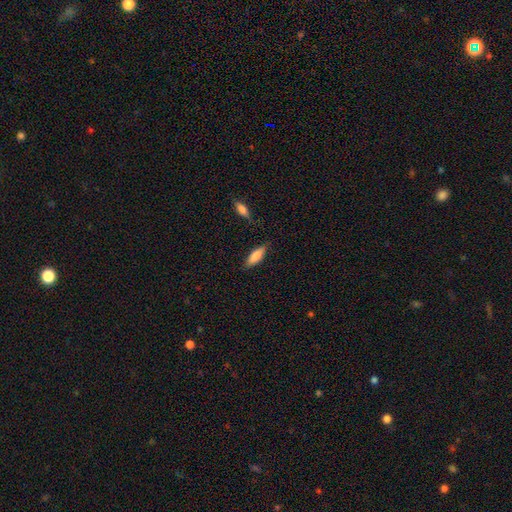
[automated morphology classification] Smooth or featured?
  - smooth: 80% *
  - featured or disk: 14%
  - star or artifact: 6%
How rounded?
  - in between: 58% *
  - cigar-shaped: 40%
  - round: 2%
Merging?
  - none: 81% *
  - minor disturbance: 14%
  - major disturbance: 3%
  - merger: 3%